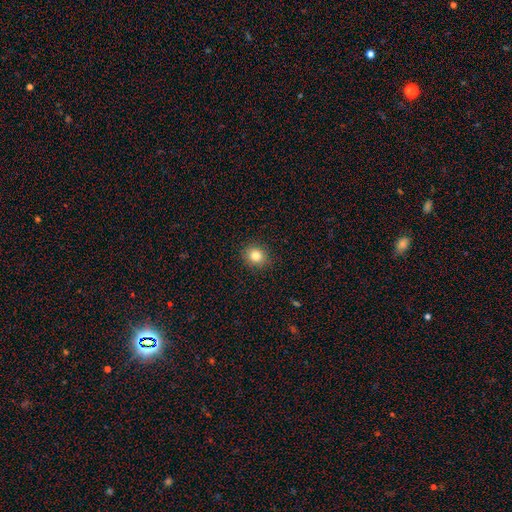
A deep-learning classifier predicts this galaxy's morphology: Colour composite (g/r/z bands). It shows a smooth galaxy with no disk features (82%) that is round (78%). Merging: none (90%).